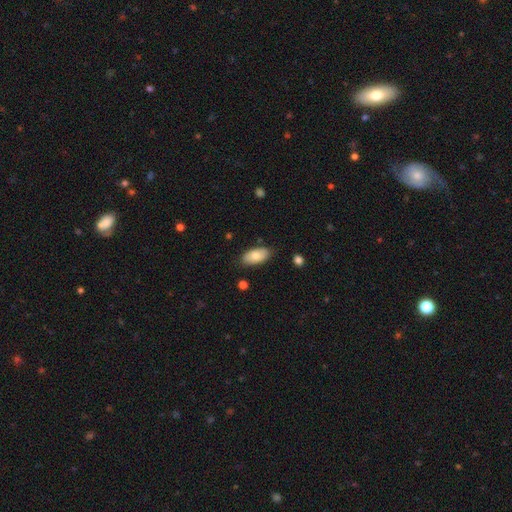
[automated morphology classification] type=smooth (80%); roundness=in between (93%); merging=none (82%).